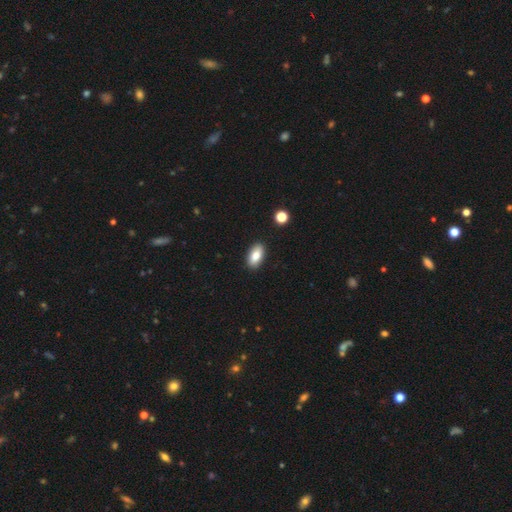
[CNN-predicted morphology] type=smooth (83%); roundness=in between (92%); merging=none (89%).